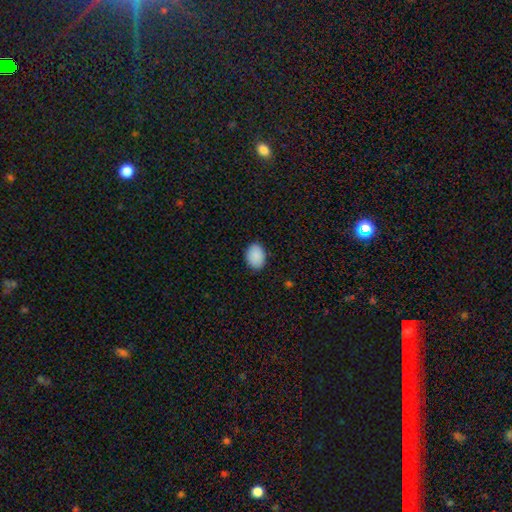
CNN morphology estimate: A smooth galaxy with no disk features (90%) that is in between round and cigar-shaped (73%).

Vote fractions:
- Smooth or featured? smooth: 90% / star or artifact: 7% / featured or disk: 3%
- How rounded? in between: 73% / round: 26% / cigar-shaped: 1%
- Merging? none: 87% / minor disturbance: 10% / major disturbance: 2% / merger: 1%